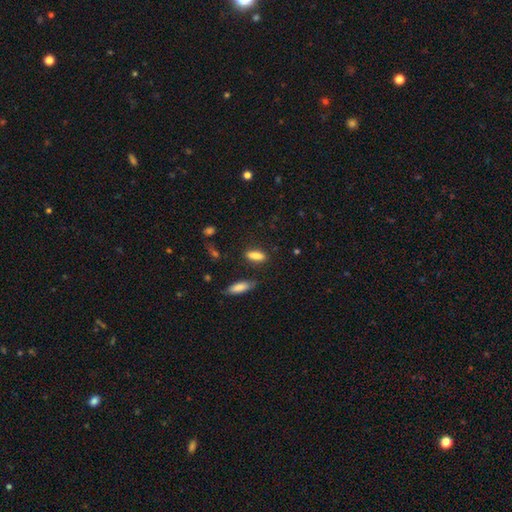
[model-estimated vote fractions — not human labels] Smooth or featured: smooth — 84% (star or artifact — 9%)
How rounded: in between — 62% (cigar-shaped — 35%)
Merging: none — 80% (minor disturbance — 13%)